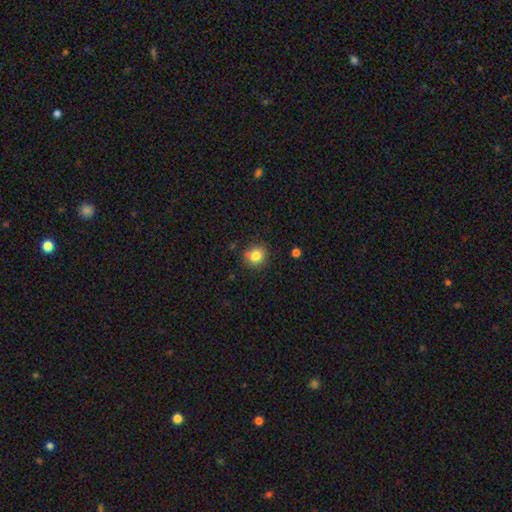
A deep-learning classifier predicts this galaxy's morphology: smooth_or_featured: smooth (p=0.81) [alt: star or artifact p=0.11]
how_rounded: round (p=0.85) [alt: in between p=0.15]
merging: none (p=0.80) [alt: minor disturbance p=0.12]